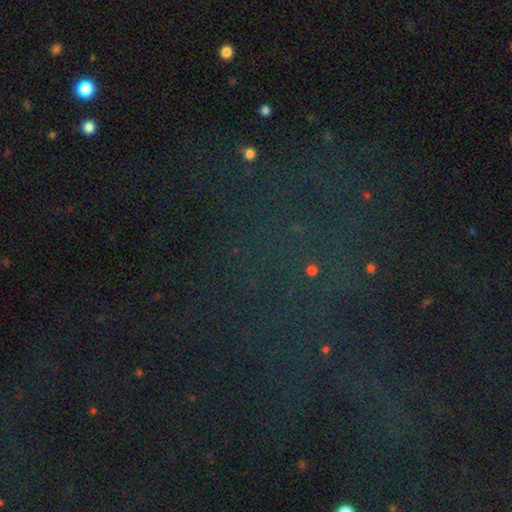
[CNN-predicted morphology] type=star or artifact (72%).